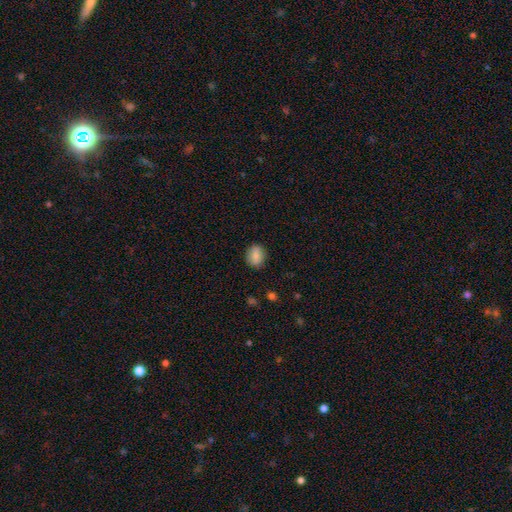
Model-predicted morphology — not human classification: Smooth or featured: smooth — 83% (featured or disk — 9%)
How rounded: round — 49% (tied with in between — 49%)
Merging: none — 87% (minor disturbance — 9%)